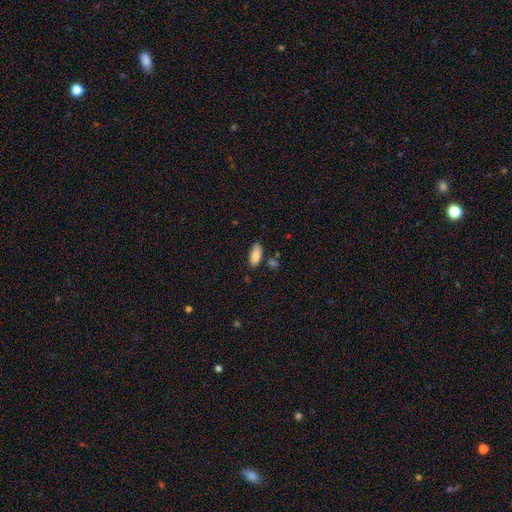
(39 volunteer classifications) This is clearly a smooth galaxy (87%). How rounded: likely in between (79%). Merging: clearly none (81%).